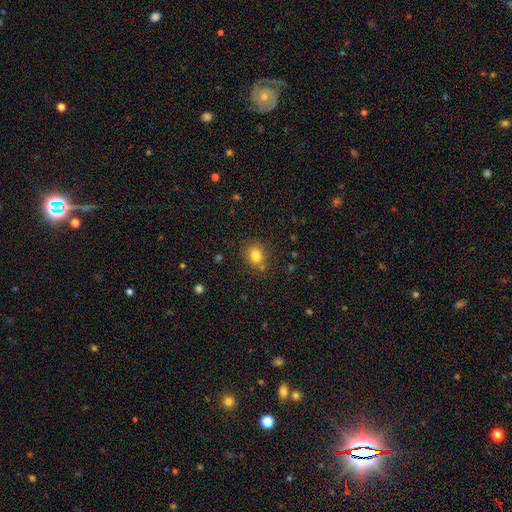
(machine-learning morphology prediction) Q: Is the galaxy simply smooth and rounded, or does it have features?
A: smooth — 80%.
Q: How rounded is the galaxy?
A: round — 79%.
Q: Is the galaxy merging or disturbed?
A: none — 80%.